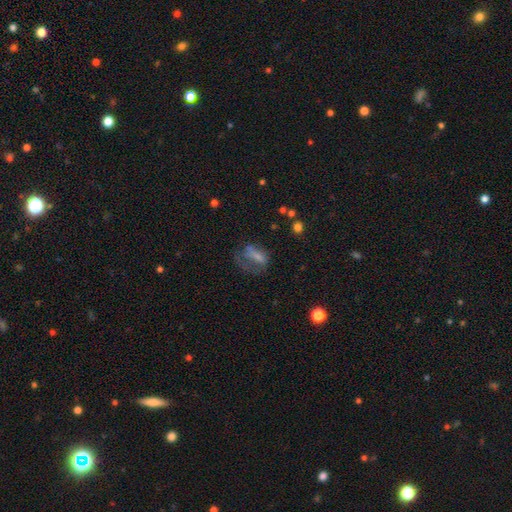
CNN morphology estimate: A smooth galaxy with no disk features (54%) that is in between round and cigar-shaped (71%).

Vote fractions:
- Smooth or featured? smooth: 54% / featured or disk: 32% / star or artifact: 14%
- How rounded? in between: 71% / cigar-shaped: 15% / round: 14%
- Merging? major disturbance: 49% / none: 27% / minor disturbance: 20% / merger: 4%